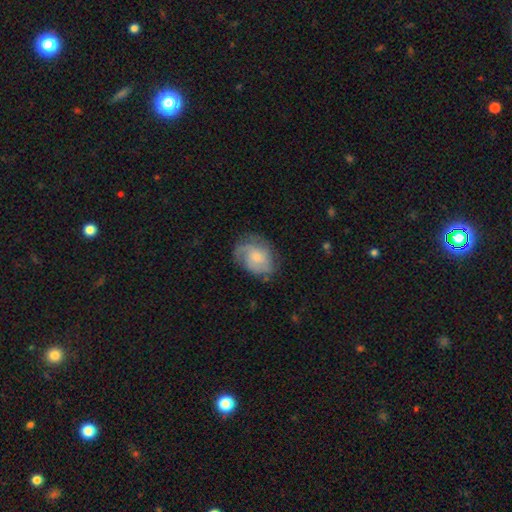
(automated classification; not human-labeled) Overall: featured or disk (64%; smooth 28%). Edge-on disk: no (97%). Bar: no (76%). Spiral arms: yes (90%). Spiral arm count: 2 (29%; can't tell 28%). Spiral winding: tight (41%; medium 40%). Bulge size: small (49%; moderate 43%). Merging: none (67%).